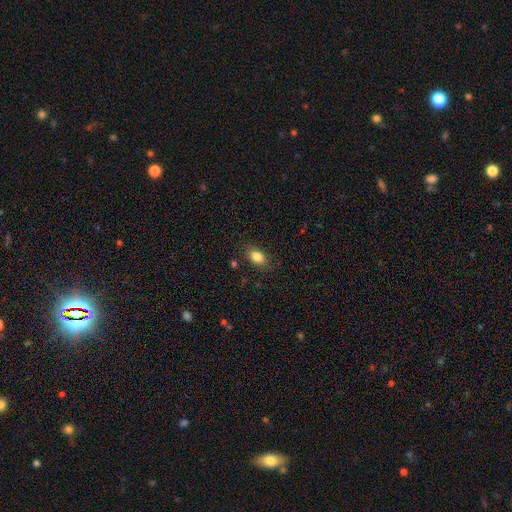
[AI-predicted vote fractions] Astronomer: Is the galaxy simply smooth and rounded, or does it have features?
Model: smooth — 84%.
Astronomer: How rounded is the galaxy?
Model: in between — 83%.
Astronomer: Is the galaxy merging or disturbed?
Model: none — 83%.